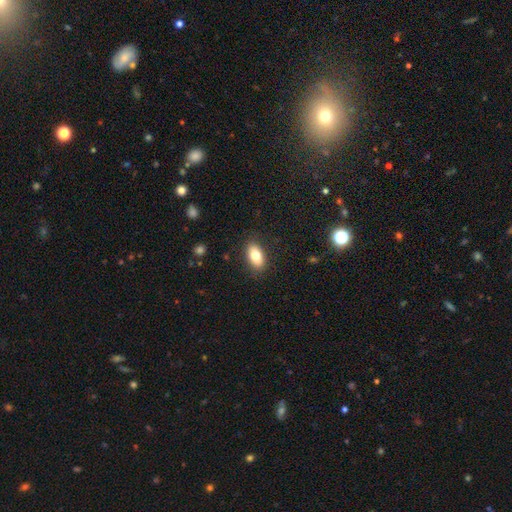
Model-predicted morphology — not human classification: A smooth galaxy with no disk features (79%) that is in between round and cigar-shaped (90%).

Vote fractions:
- Smooth or featured? smooth: 79% / featured or disk: 13% / star or artifact: 8%
- How rounded? in between: 90% / round: 6% / cigar-shaped: 4%
- Merging? none: 86% / minor disturbance: 10% / major disturbance: 3% / merger: 1%